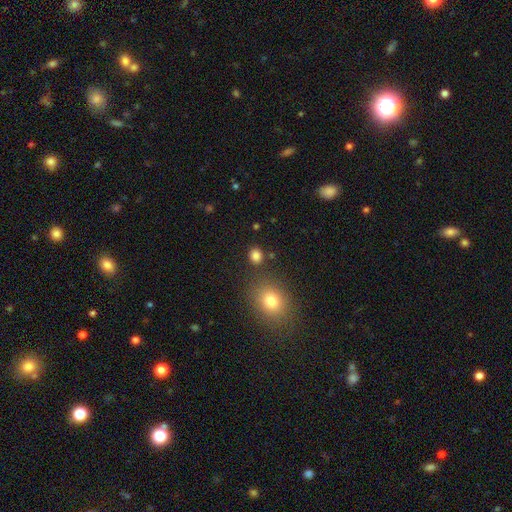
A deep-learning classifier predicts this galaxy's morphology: smooth 83%, star or artifact 13%, featured or disk 4%. Down the decision tree: how rounded — round (72%); merging — none (83%).